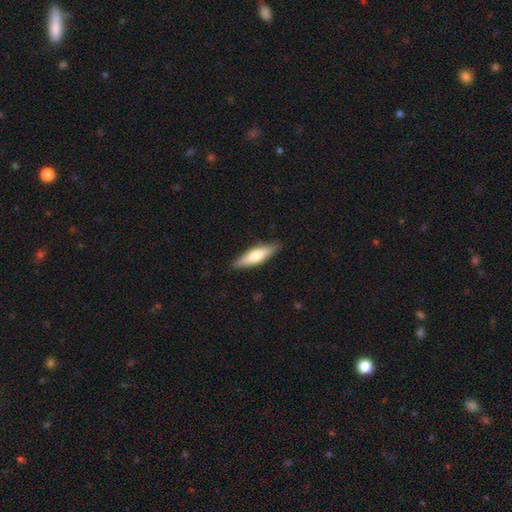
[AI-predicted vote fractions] Smooth or featured? smooth (63%)
How rounded? cigar-shaped (62%)
Merging? none (87%)